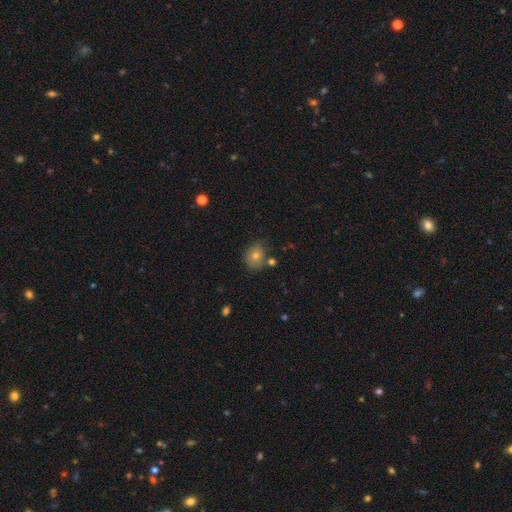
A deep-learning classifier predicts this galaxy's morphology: smooth 69%, featured or disk 16%, star or artifact 14%. Down the decision tree: how rounded — round (66%); merging — none (74%).